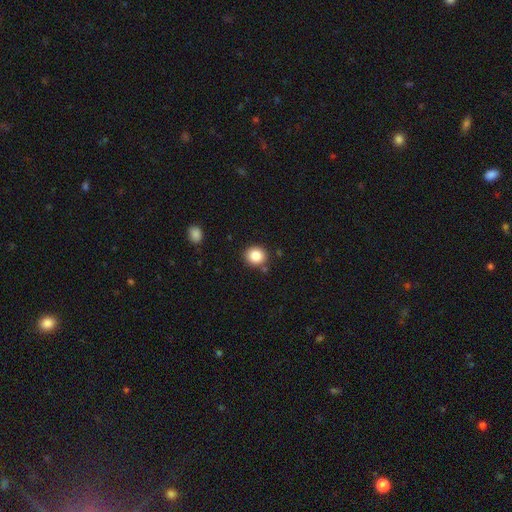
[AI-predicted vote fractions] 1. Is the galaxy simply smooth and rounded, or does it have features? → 85% smooth, 10% star or artifact, 5% featured or disk.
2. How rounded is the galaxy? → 85% round, 14% in between, 1% cigar-shaped.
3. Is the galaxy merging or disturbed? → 83% none, 9% minor disturbance, 5% merger, 3% major disturbance.